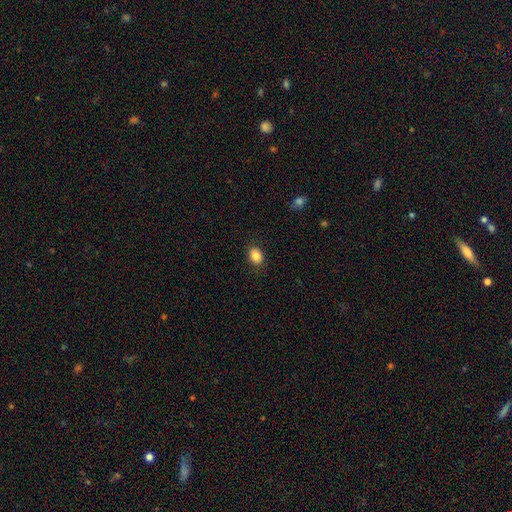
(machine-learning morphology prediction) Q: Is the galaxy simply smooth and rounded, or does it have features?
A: smooth — 85%.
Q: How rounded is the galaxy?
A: in between — 59%.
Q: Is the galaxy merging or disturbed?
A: none — 86%.